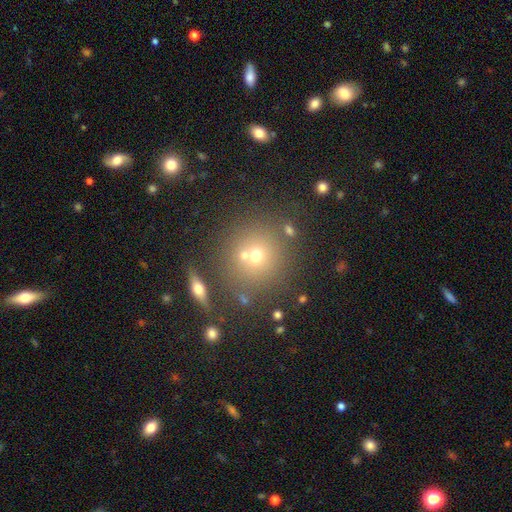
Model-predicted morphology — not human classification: A smooth galaxy with no disk features (62%) that is round (91%).

Vote fractions:
- Smooth or featured? smooth: 62% / star or artifact: 20% / featured or disk: 18%
- How rounded? round: 91% / in between: 7% / cigar-shaped: 1%
- Merging? none: 68% / merger: 20% / minor disturbance: 9% / major disturbance: 4%